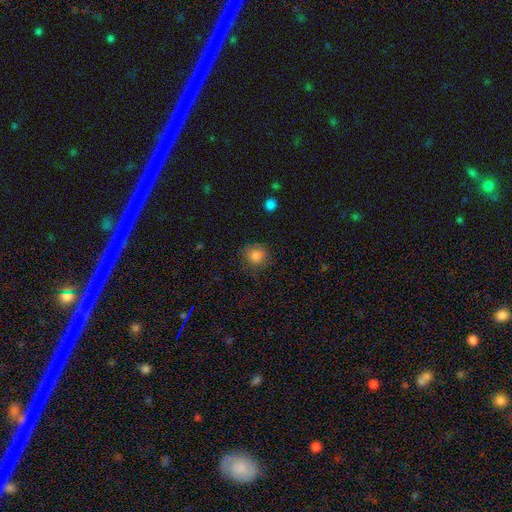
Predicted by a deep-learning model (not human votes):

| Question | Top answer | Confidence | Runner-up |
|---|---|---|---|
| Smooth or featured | smooth | 84% | star or artifact (11%) |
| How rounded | round | 87% | in between (12%) |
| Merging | none | 80% | minor disturbance (15%) |